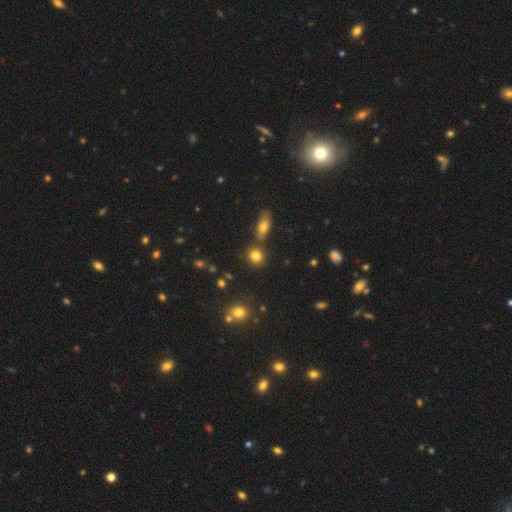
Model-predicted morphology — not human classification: Overall: smooth (81%). How rounded: round (78%). Merging: none (74%).